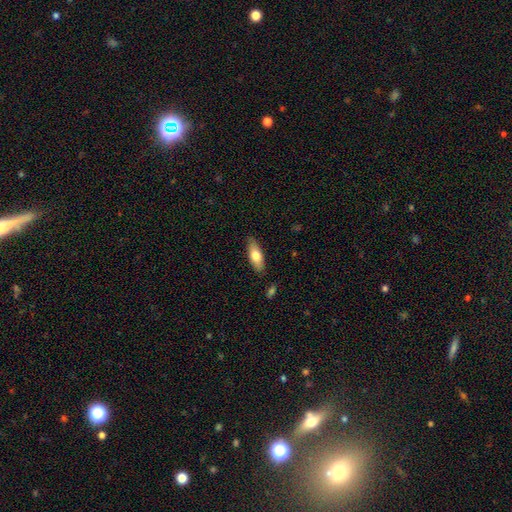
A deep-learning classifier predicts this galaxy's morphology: Q: Smooth or featured?
A: smooth (71%); runner-up: featured or disk (23%)
Q: How rounded?
A: in between (70%); runner-up: cigar-shaped (28%)
Q: Merging?
A: none (84%); runner-up: minor disturbance (12%)